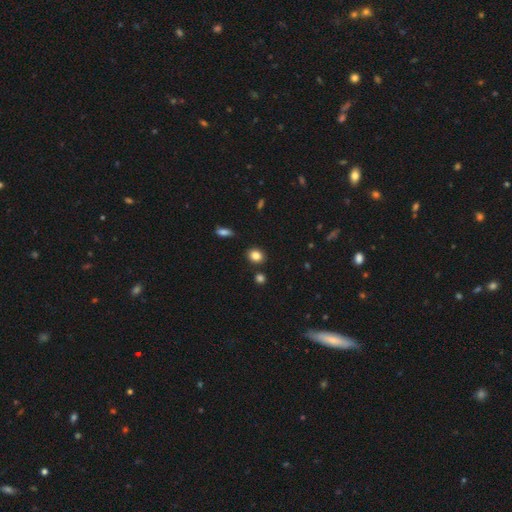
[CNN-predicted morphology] smooth 84%, star or artifact 10%, featured or disk 6%. Down the decision tree: how rounded — round (59%); merging — none (86%).